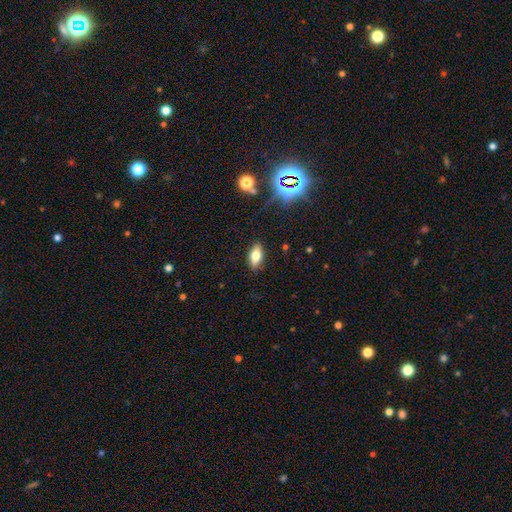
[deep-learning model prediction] Overall: smooth (71%). How rounded: in between (85%). Merging: none (87%).